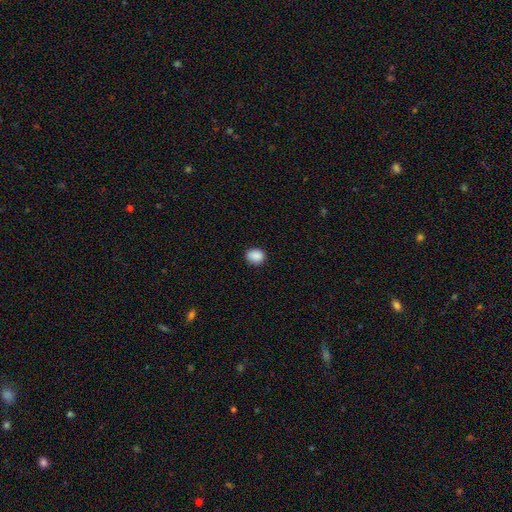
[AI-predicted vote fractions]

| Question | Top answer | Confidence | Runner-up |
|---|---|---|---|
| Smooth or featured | smooth | 89% | star or artifact (8%) |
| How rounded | round | 58% | in between (41%) |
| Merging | none | 87% | minor disturbance (10%) |